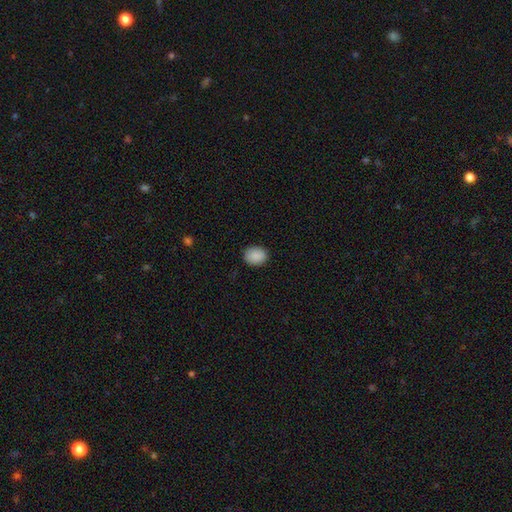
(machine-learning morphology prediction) Overall: smooth (90%). How rounded: in between (55%; round 44%). Merging: none (87%).